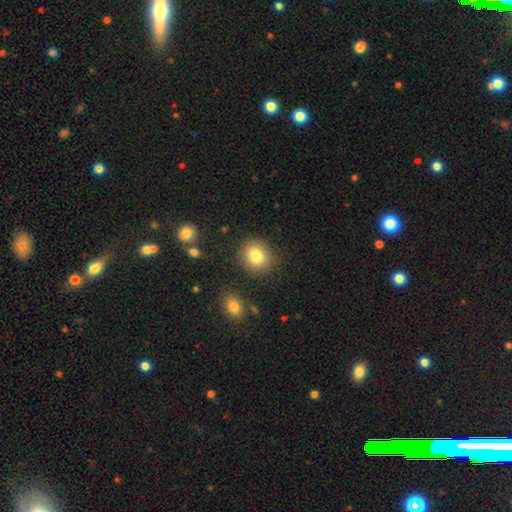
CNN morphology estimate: This appears to be a smooth galaxy with no disk features (81%) that is round (81%). Merging: none (85%).